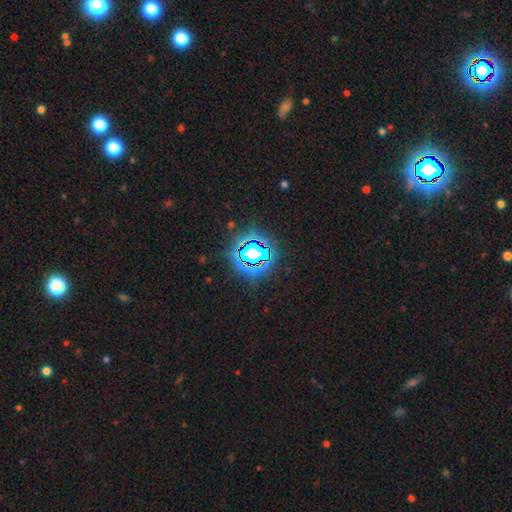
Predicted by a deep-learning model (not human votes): star or artifact 82%, smooth 11%, featured or disk 7%.